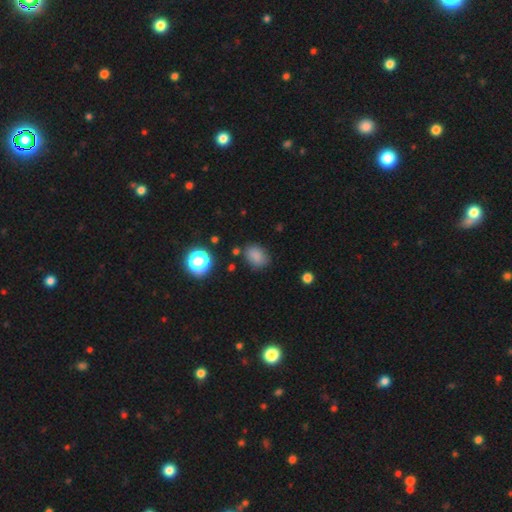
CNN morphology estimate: type=smooth (81%); roundness=in between (64%); merging=none (76%).